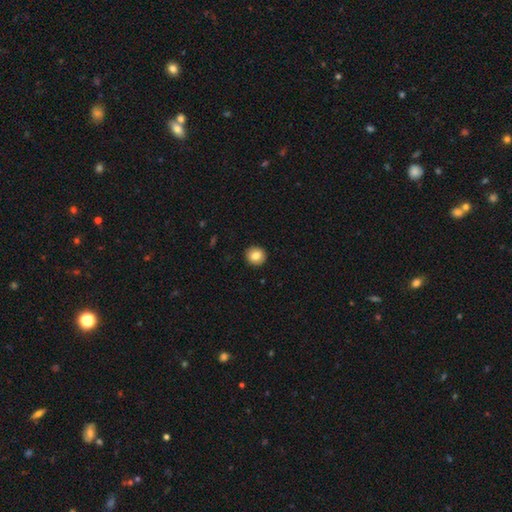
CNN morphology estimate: This appears to be a smooth galaxy with no disk features (83%) that is round (90%). Merging: none (92%).